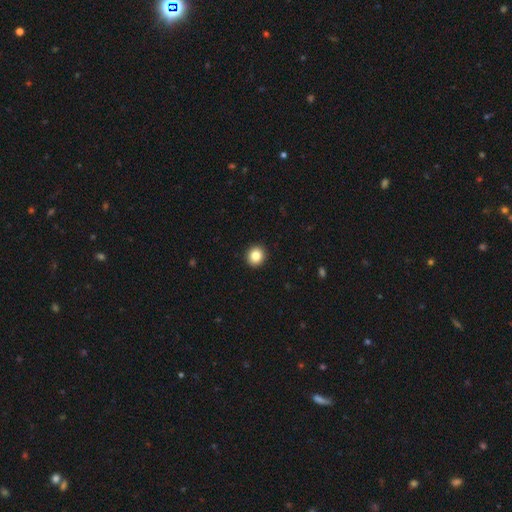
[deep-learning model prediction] Smooth or featured: smooth — 84% (star or artifact — 10%)
How rounded: round — 84% (in between — 15%)
Merging: none — 93% (minor disturbance — 5%)